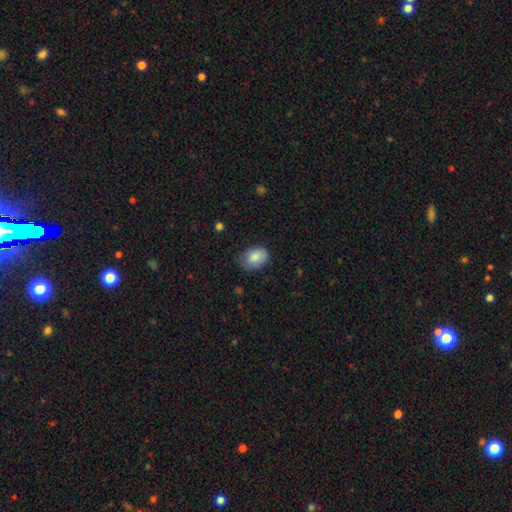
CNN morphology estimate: Smooth or featured? Predicted: smooth (p=0.85). How rounded? Predicted: in between (p=0.72). Merging? Predicted: none (p=0.69).